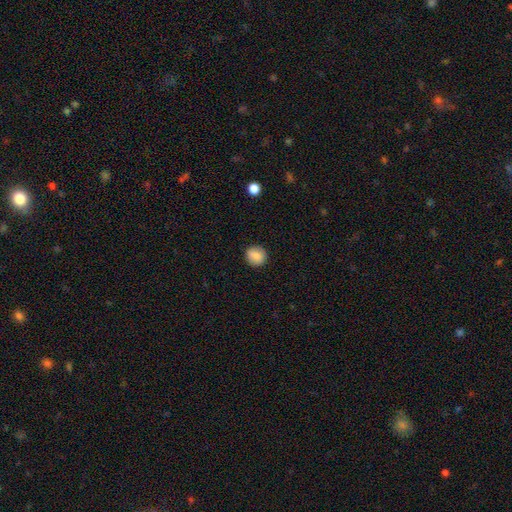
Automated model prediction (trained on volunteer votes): Overall: smooth (85%). How rounded: round (89%). Merging: none (89%).